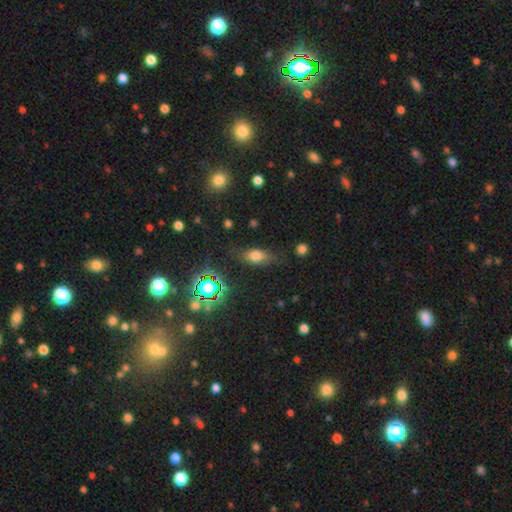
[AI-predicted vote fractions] A smooth galaxy with no disk features (66%) that is in between round and cigar-shaped (72%).

Vote fractions:
- Smooth or featured? smooth: 66% / star or artifact: 18% / featured or disk: 15%
- How rounded? in between: 72% / cigar-shaped: 15% / round: 13%
- Merging? none: 75% / minor disturbance: 16% / major disturbance: 6% / merger: 2%